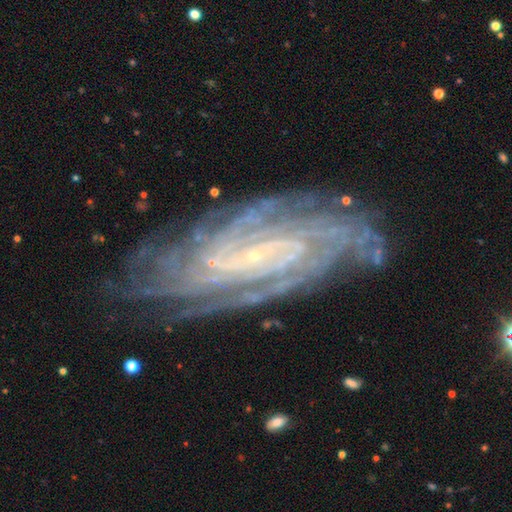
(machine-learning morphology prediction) A featured or disk galaxy (89%) with no bar (45%), more than 4 (27%) tight (76%) spiral arms (98%) and a small central bulge (86%). Merging: none (80%).